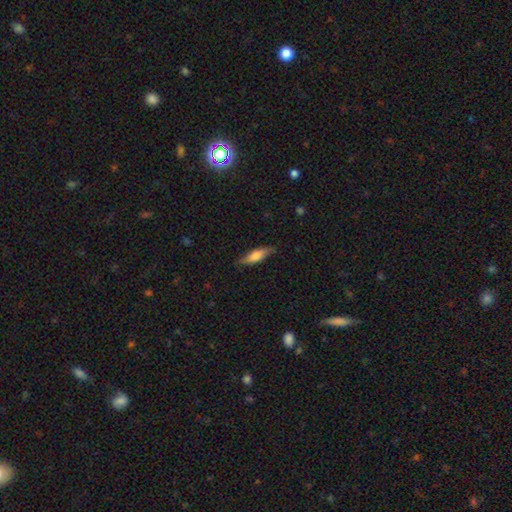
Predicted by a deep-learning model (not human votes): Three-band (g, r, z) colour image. It shows a smooth galaxy with no disk features (69%) that is cigar-shaped (60%). Merging: none (80%).